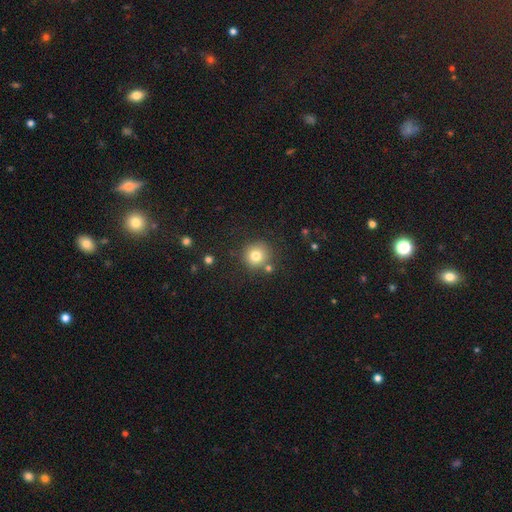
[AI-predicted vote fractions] Morphology: type=smooth (79%); roundness=round (93%); merging=none (80%).